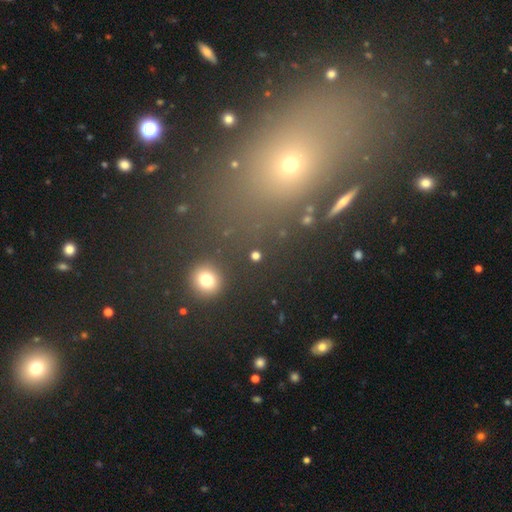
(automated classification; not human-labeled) A smooth galaxy with no disk features (71%) that is round (87%). Merging: none (87%).